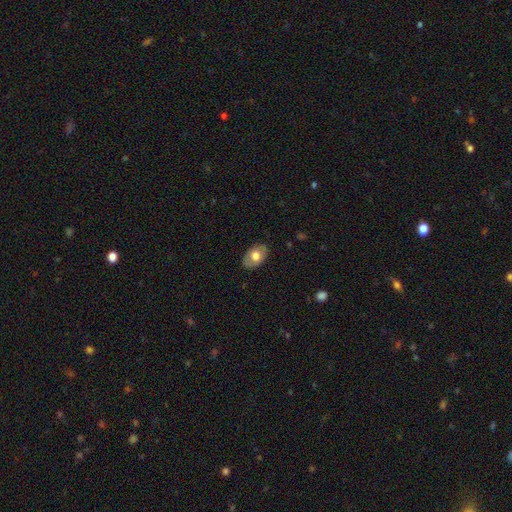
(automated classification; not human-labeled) This appears to be a smooth galaxy with no disk features (64%) that is in between round and cigar-shaped (88%). Merging: none (83%).